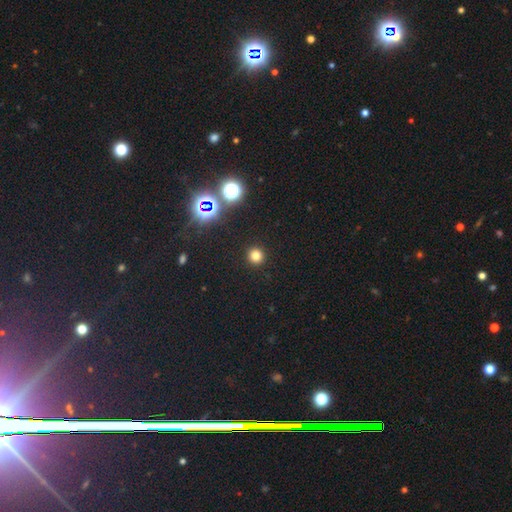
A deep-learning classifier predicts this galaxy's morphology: A smooth galaxy with no disk features (76%) that is round (94%).

Vote fractions:
- Smooth or featured? smooth: 76% / star or artifact: 18% / featured or disk: 6%
- How rounded? round: 94% / in between: 5% / cigar-shaped: 1%
- Merging? none: 93% / minor disturbance: 4% / major disturbance: 2% / merger: 1%